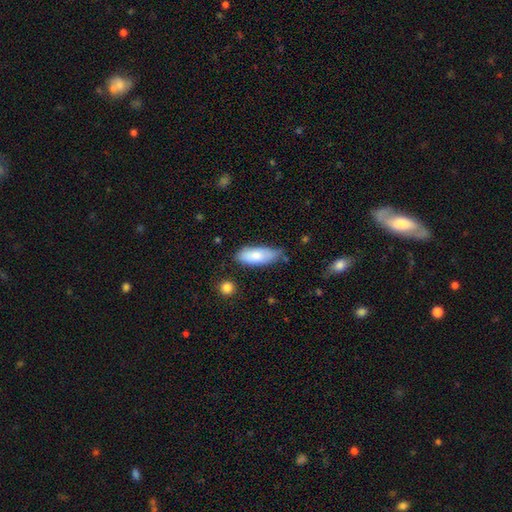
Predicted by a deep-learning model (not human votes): Smooth or featured? Predicted: smooth (p=0.79). How rounded? Predicted: in between (p=0.78). Merging? Predicted: none (p=0.62).